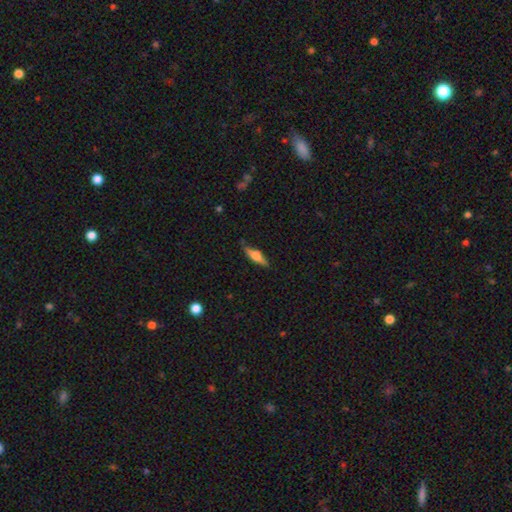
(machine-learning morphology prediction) This appears to be a featured or disk galaxy (55%) viewed edge-on (95%) with a rounded central bulge (84%). Merging: none (83%).